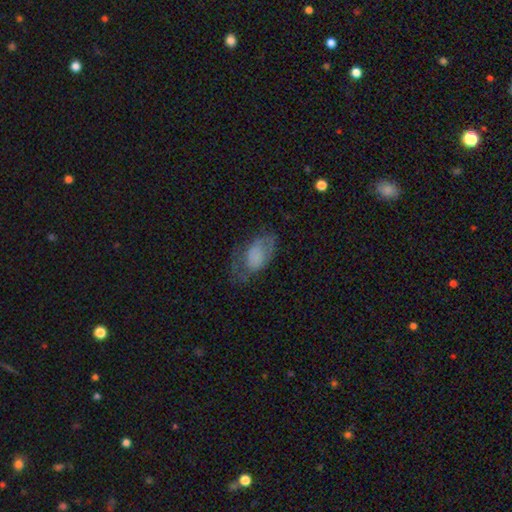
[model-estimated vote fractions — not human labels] Smooth or featured?
  - smooth: 56% *
  - featured or disk: 35%
  - star or artifact: 10%
How rounded?
  - in between: 91% *
  - round: 7%
  - cigar-shaped: 2%
Merging?
  - none: 43% *
  - major disturbance: 29%
  - minor disturbance: 26%
  - merger: 2%